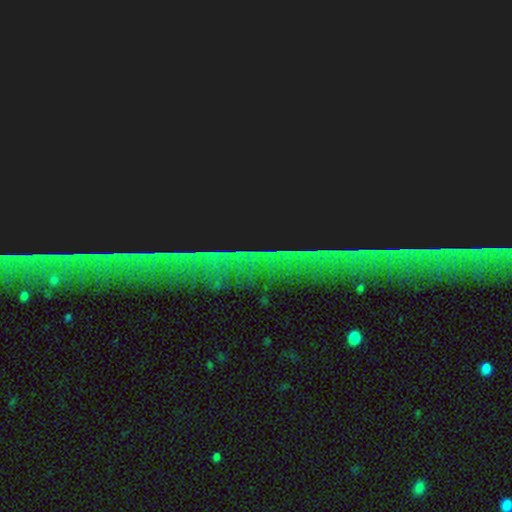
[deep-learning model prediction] A star or artifact, not a galaxy (85%).